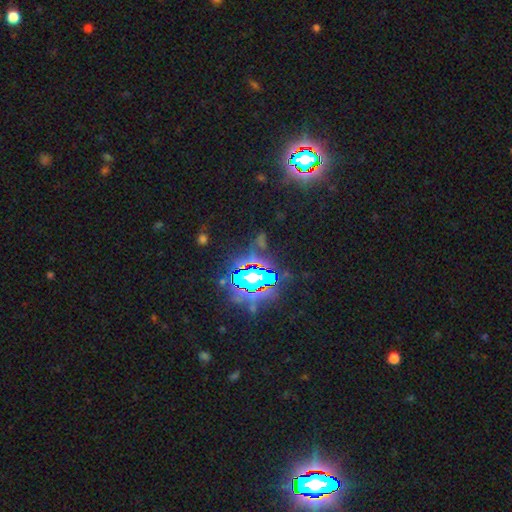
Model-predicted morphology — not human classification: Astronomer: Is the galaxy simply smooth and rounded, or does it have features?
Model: star or artifact — 84%.